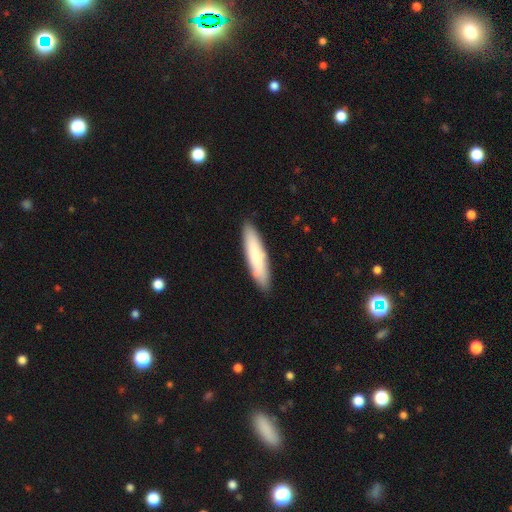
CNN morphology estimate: smooth-or-featured: smooth: 76% | featured or disk: 18% | star or artifact: 5%
  how-rounded: cigar-shaped: 79% | in between: 20% | round: 1%
  merging: none: 87% | minor disturbance: 10% | major disturbance: 2% | merger: 1%